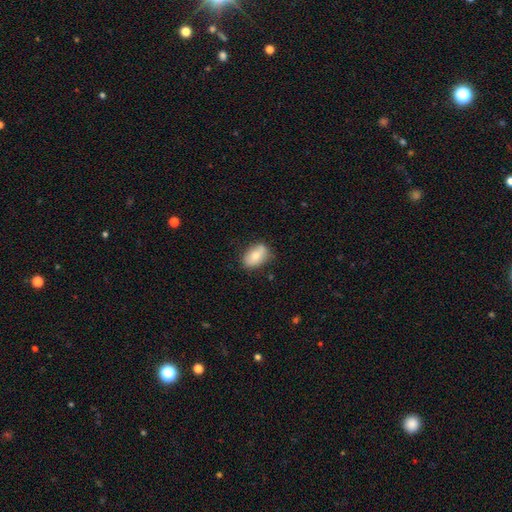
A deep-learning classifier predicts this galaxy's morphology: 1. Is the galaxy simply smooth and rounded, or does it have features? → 71% smooth, 22% featured or disk, 7% star or artifact.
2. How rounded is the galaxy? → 87% in between, 11% round, 2% cigar-shaped.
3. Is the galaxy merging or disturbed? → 73% none, 21% minor disturbance, 4% major disturbance, 3% merger.